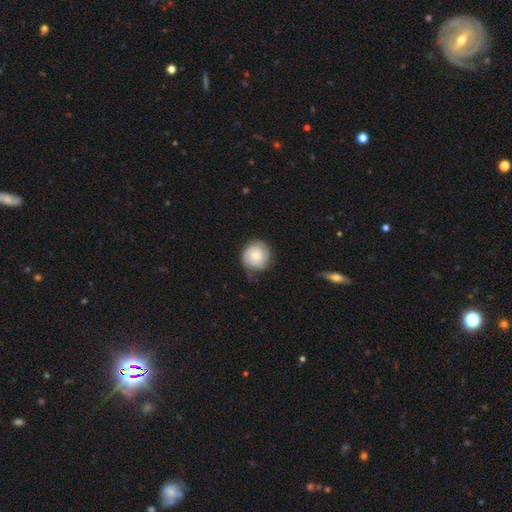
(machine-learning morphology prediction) This appears to be a smooth galaxy with no disk features (61%) that is round (93%). Merging: none (76%).